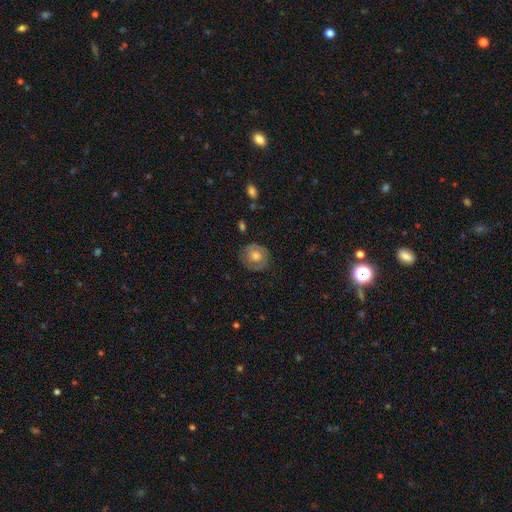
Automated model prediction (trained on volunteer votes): The model was most divided on "smooth or featured": smooth: 53%, featured or disk: 39%, star or artifact: 8%. More confident: how rounded — round (81%); merging — none (81%).